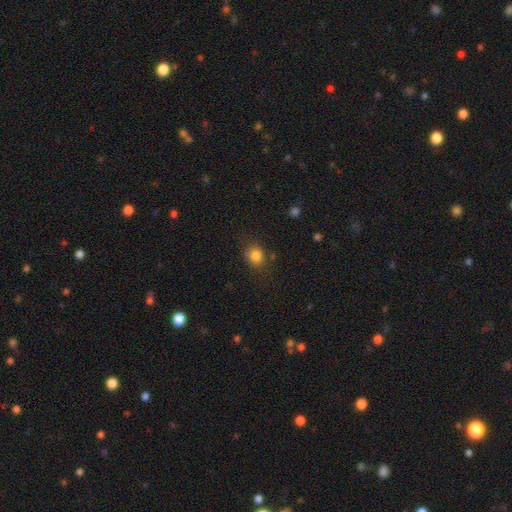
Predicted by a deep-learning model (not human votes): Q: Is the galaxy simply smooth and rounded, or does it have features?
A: smooth — 82%.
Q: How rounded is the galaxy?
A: round — 64%.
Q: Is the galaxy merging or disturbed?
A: none — 75%.